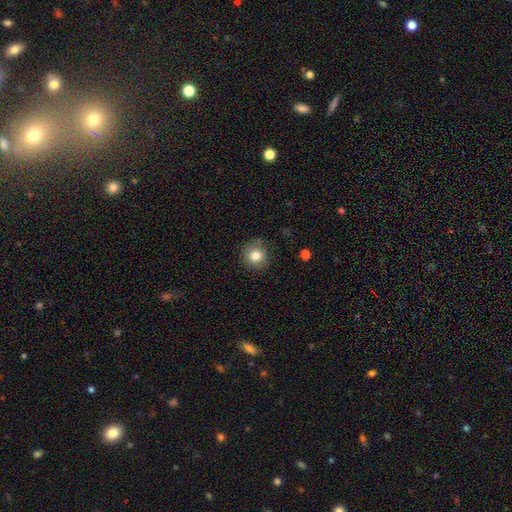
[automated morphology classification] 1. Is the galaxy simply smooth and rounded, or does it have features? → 81% smooth, 11% star or artifact, 8% featured or disk.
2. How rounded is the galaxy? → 92% round, 7% in between, 1% cigar-shaped.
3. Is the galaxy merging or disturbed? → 85% none, 11% minor disturbance, 3% major disturbance, 1% merger.